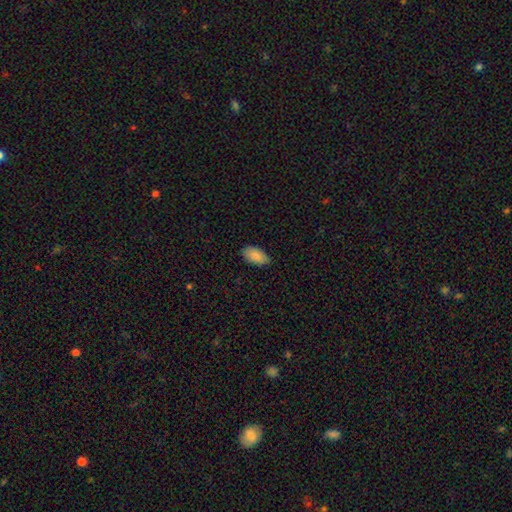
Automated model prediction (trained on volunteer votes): Smooth or featured? Predicted: smooth (p=0.89). How rounded? Predicted: in between (p=0.94). Merging? Predicted: none (p=0.82).